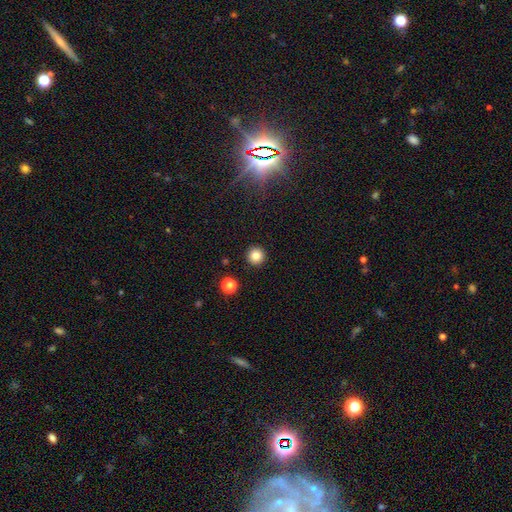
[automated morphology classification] Smooth or featured? Predicted: smooth (p=0.83). How rounded? Predicted: round (p=0.96). Merging? Predicted: none (p=0.93).